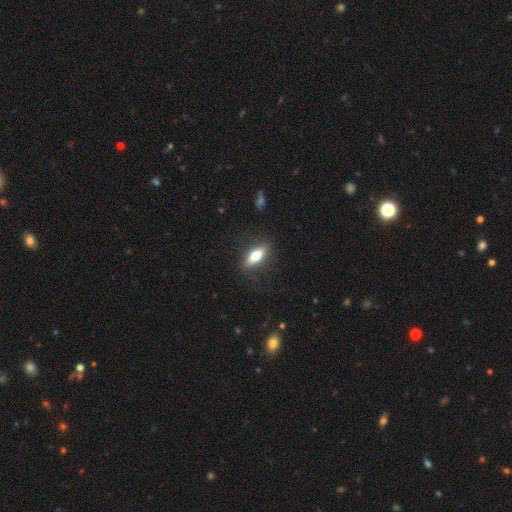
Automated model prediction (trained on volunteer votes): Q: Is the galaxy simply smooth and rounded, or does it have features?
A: smooth — 67%.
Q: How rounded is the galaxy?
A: in between — 63%.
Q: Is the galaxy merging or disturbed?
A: none — 83%.